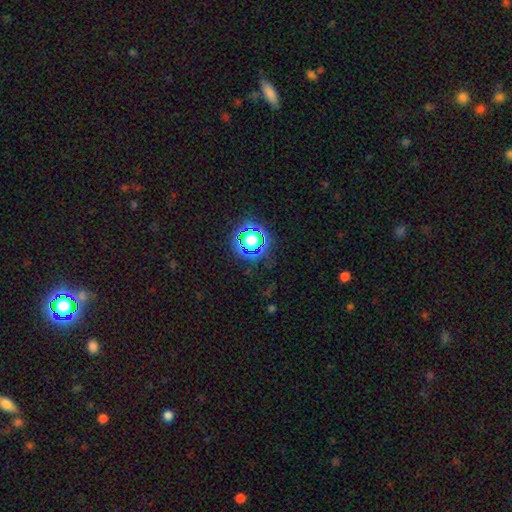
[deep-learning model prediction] star or artifact 77%, smooth 15%, featured or disk 8%.